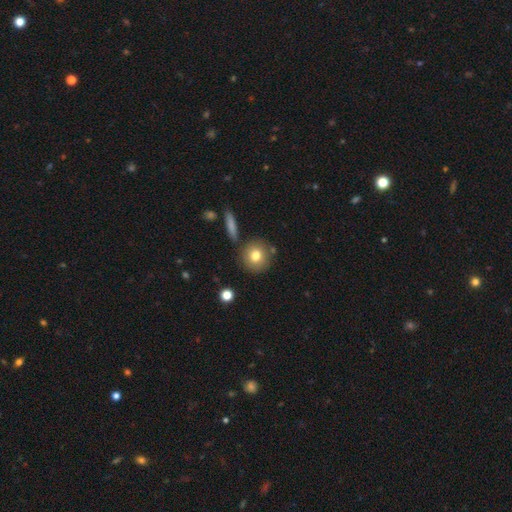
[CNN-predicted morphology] Smooth or featured? smooth (77%)
How rounded? round (90%)
Merging? none (82%)